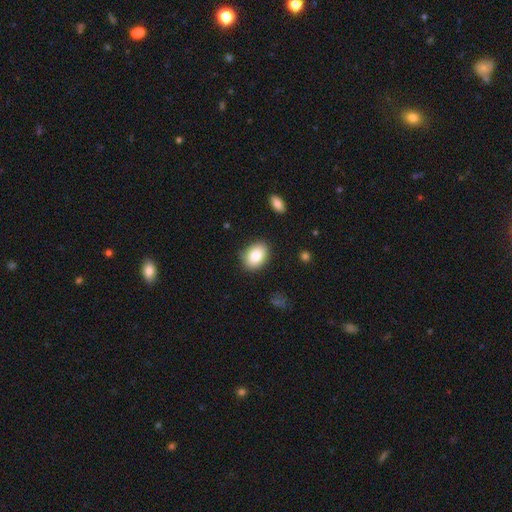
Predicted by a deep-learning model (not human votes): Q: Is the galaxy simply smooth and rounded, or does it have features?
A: smooth — 85%.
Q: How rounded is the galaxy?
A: in between — 77%.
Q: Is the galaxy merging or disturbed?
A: none — 84%.